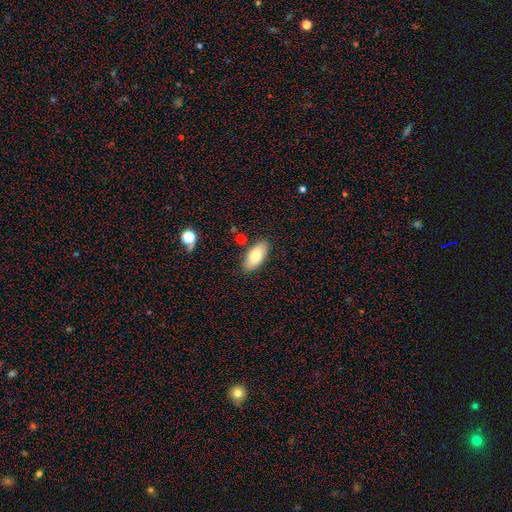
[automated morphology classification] Smooth or featured: smooth — 78% (featured or disk — 16%)
How rounded: in between — 91% (cigar-shaped — 7%)
Merging: none — 84% (minor disturbance — 11%)